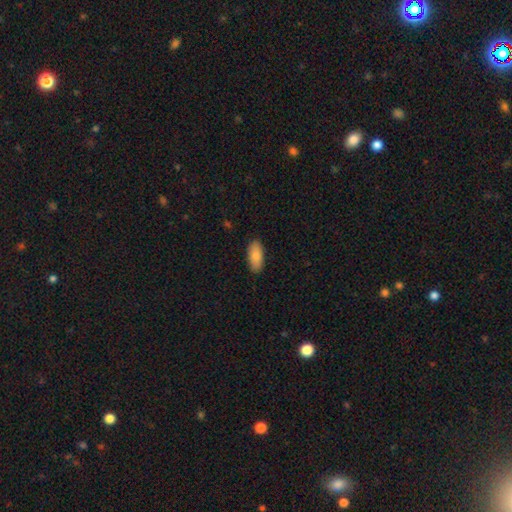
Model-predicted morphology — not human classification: Smooth or featured?
  - smooth: 84% *
  - featured or disk: 10%
  - star or artifact: 6%
How rounded?
  - in between: 89% *
  - cigar-shaped: 9%
  - round: 2%
Merging?
  - none: 88% *
  - minor disturbance: 9%
  - major disturbance: 2%
  - merger: 1%